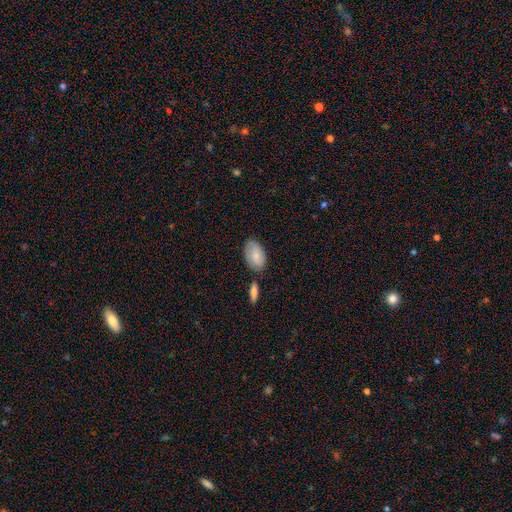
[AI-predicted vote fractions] This is likely a smooth galaxy (79%). How rounded: clearly in between (94%). Merging: likely none (67%).